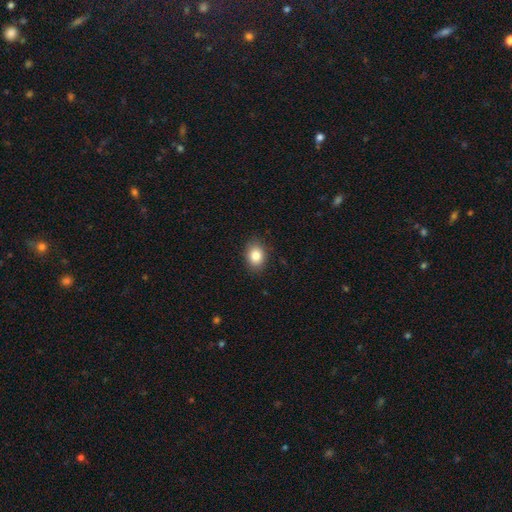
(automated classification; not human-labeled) This appears to be a smooth galaxy with no disk features (84%) that is in between round and cigar-shaped (65%). Merging: none (87%).